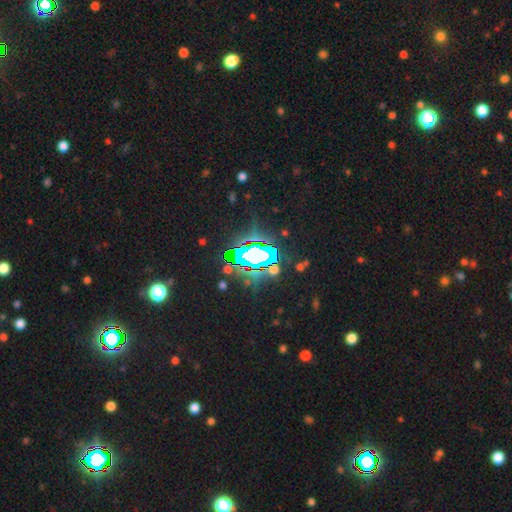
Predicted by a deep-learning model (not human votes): Smooth or featured? star or artifact (76%)